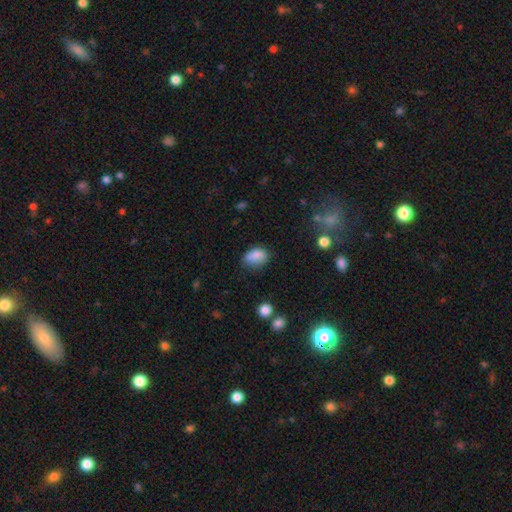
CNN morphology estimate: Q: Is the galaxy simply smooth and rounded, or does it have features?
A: smooth — 84%.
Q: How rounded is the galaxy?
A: in between — 85%.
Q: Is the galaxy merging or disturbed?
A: none — 61%.